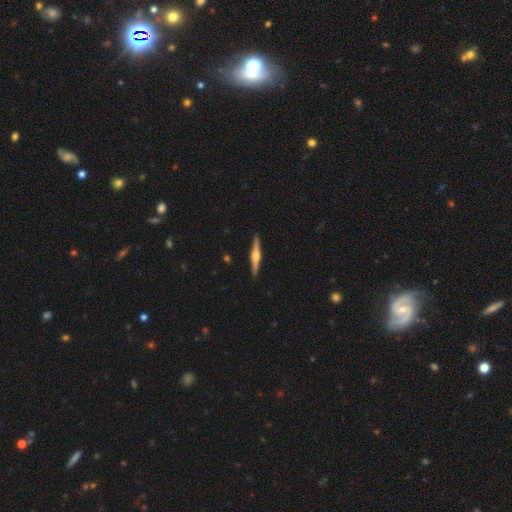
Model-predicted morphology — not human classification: featured or disk 73%, smooth 22%, star or artifact 5%. Down the decision tree: edge-on disk — yes (98%); edge-on bulge — rounded (85%); merging — none (91%).